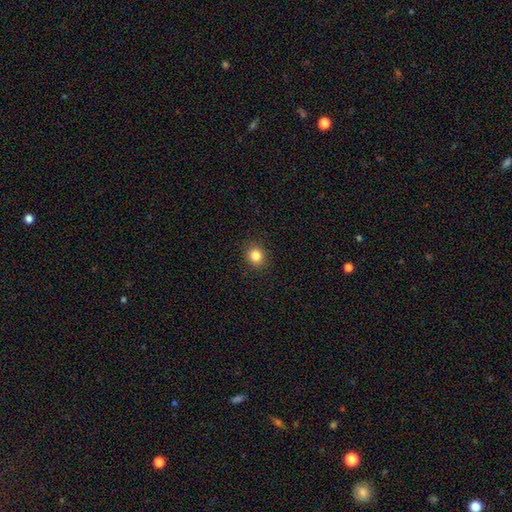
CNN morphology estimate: Smooth or featured: smooth — 84% (star or artifact — 12%)
How rounded: round — 85% (in between — 15%)
Merging: none — 91% (minor disturbance — 6%)